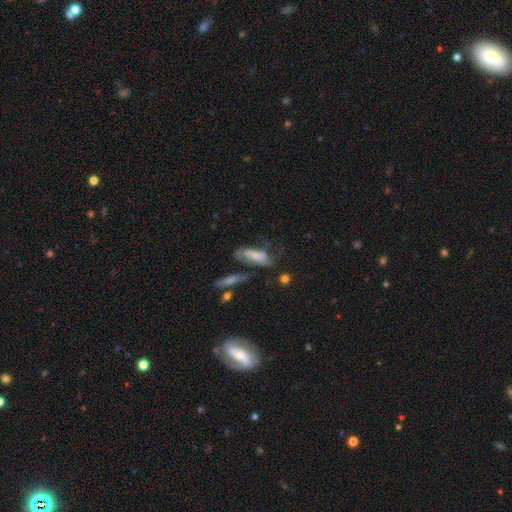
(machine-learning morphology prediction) smooth 54%, featured or disk 37%, star or artifact 8%. Down the decision tree: how rounded — in between (68%); merging — none (33%).